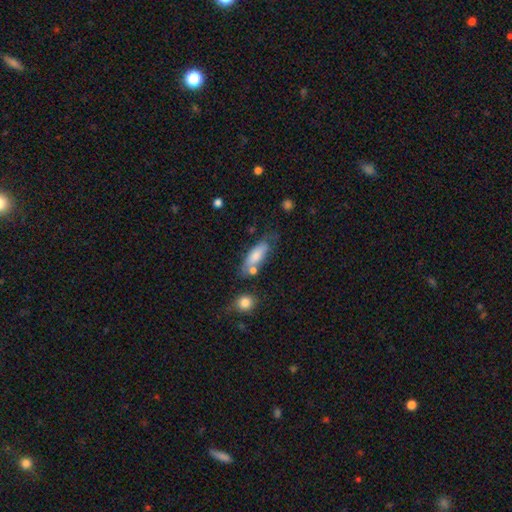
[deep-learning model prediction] Smooth or featured: smooth — 74% (featured or disk — 20%)
How rounded: in between — 69% (cigar-shaped — 28%)
Merging: none — 52% (minor disturbance — 23%)